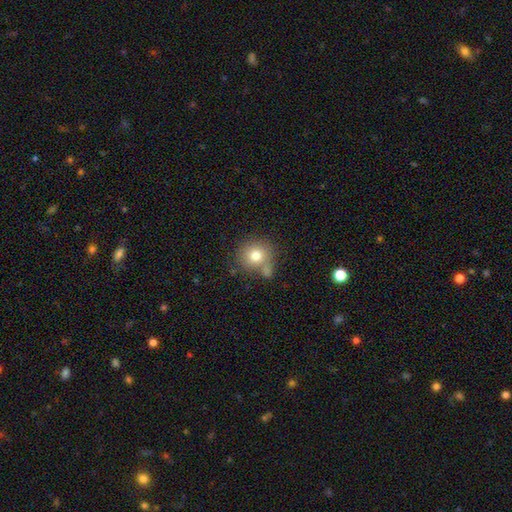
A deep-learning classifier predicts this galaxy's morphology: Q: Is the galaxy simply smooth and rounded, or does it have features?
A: smooth — 77%.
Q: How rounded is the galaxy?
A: round — 88%.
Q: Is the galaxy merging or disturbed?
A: none — 61%.